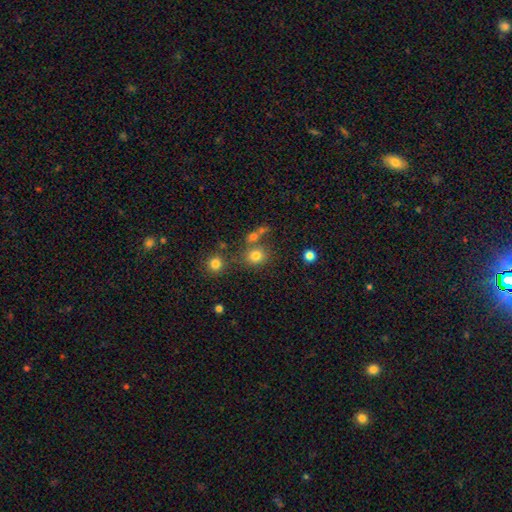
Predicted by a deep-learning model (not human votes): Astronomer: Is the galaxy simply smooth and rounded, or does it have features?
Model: smooth — 77%.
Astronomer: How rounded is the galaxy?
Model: round — 83%.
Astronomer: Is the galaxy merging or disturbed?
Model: none — 67%.